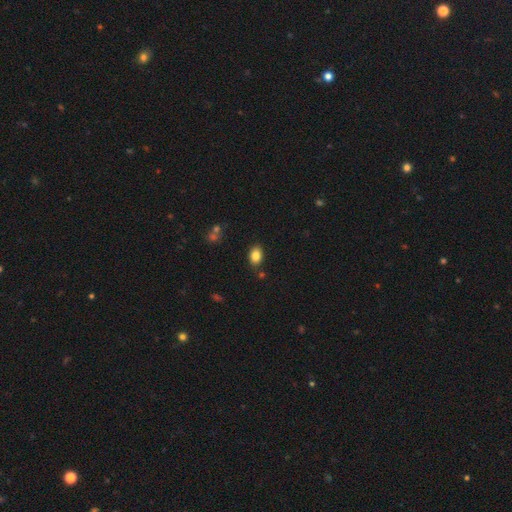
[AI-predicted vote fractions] This appears to be a smooth galaxy with no disk features (84%) that is in between round and cigar-shaped (81%). Merging: none (83%).